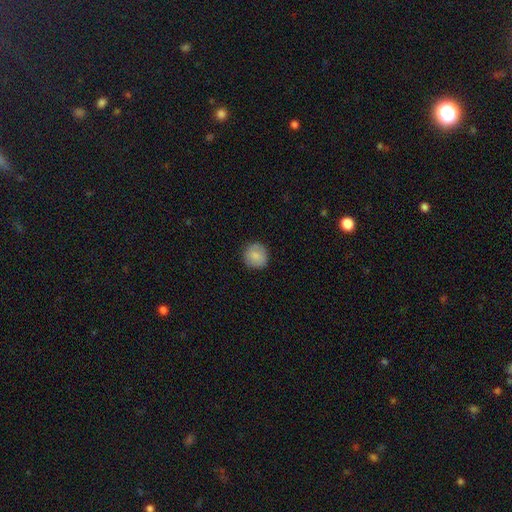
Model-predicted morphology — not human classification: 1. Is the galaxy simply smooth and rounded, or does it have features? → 86% smooth, 8% star or artifact, 6% featured or disk.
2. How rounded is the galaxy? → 92% round, 7% in between, 1% cigar-shaped.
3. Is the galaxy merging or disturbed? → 89% none, 8% minor disturbance, 2% major disturbance, 1% merger.